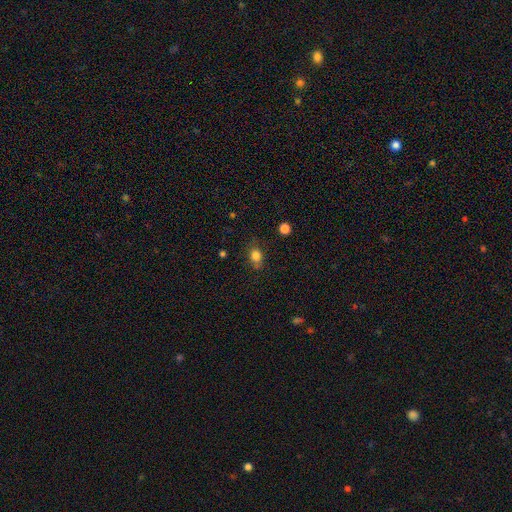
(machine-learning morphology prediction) Overall: smooth (82%). How rounded: round (57%; in between 41%). Merging: none (70%).